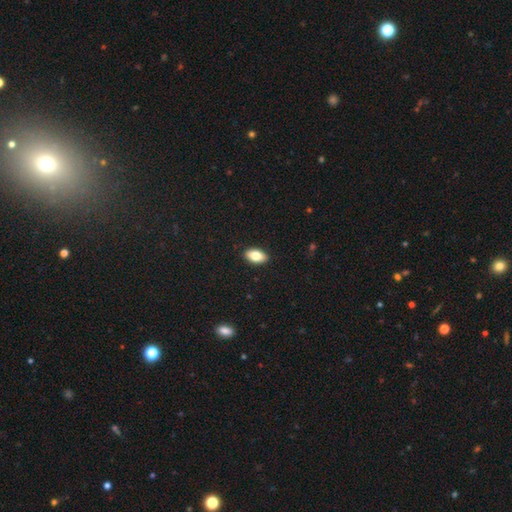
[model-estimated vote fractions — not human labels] This appears to be a smooth galaxy with no disk features (81%) that is in between round and cigar-shaped (92%). Merging: none (90%).